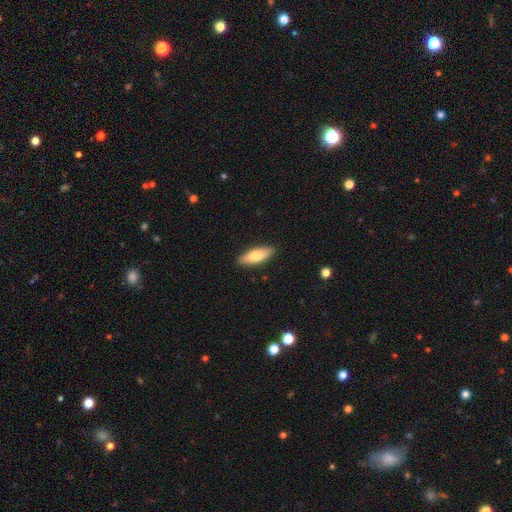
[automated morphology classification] Smooth or featured? Predicted: smooth (p=0.73). How rounded? Predicted: in between (p=0.61). Merging? Predicted: none (p=0.89).